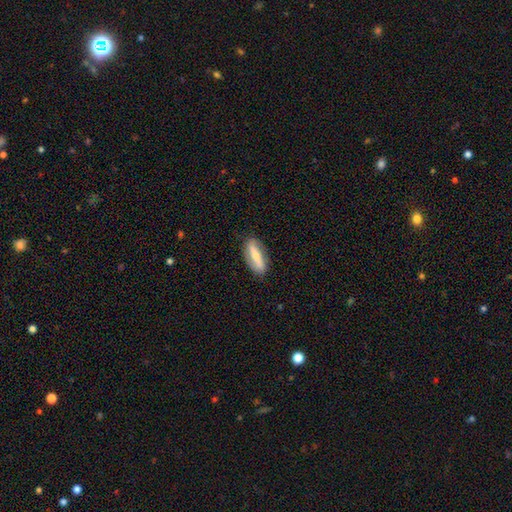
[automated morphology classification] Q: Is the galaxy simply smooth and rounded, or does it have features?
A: featured or disk — 48%.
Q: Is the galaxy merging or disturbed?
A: none — 85%.